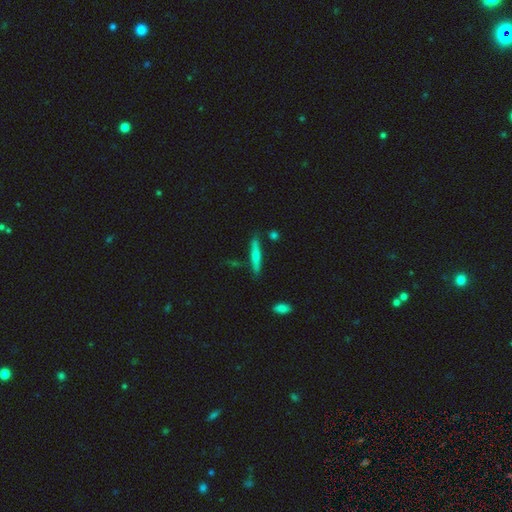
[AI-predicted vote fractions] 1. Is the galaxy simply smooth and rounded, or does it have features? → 57% smooth, 36% featured or disk, 6% star or artifact.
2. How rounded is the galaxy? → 91% cigar-shaped, 7% in between, 2% round.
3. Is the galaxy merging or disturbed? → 83% none, 12% minor disturbance, 3% merger, 2% major disturbance.